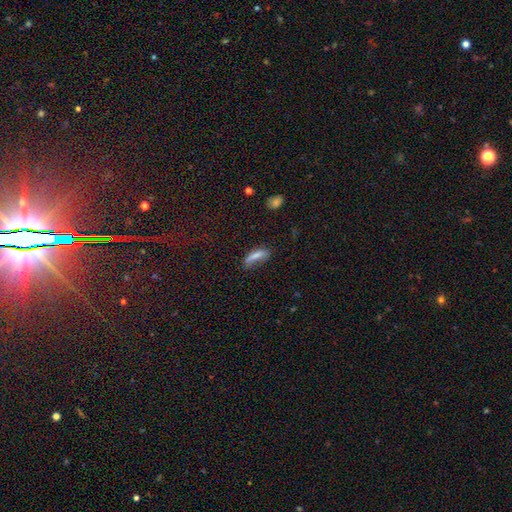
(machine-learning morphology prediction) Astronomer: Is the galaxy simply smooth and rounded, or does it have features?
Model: smooth — 71%.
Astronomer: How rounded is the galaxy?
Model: cigar-shaped — 51% (runner-up: in between, 46%).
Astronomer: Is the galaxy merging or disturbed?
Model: none — 46% (runner-up: minor disturbance, 29%).